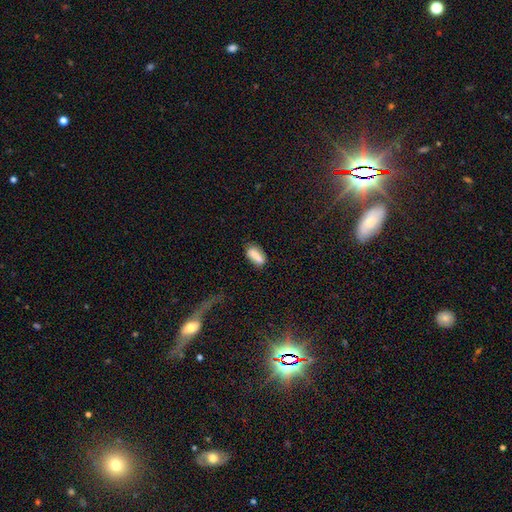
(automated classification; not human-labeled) Smooth or featured? smooth (81%)
How rounded? in between (73%)
Merging? none (71%)